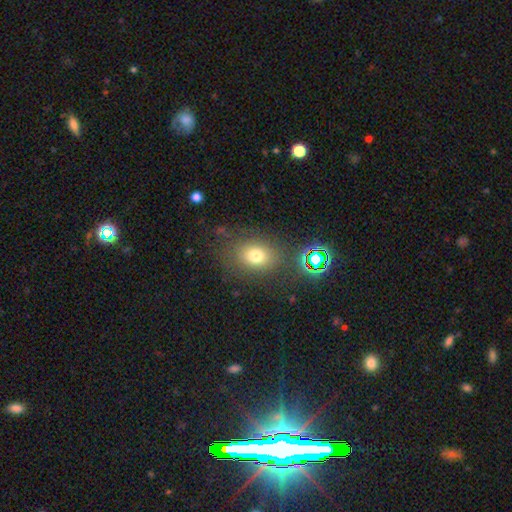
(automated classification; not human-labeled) smooth-or-featured: smooth: 72% | star or artifact: 17% | featured or disk: 11%
  how-rounded: in between: 53% | round: 46% | cigar-shaped: 1%
  merging: none: 76% | minor disturbance: 13% | major disturbance: 7% | merger: 4%